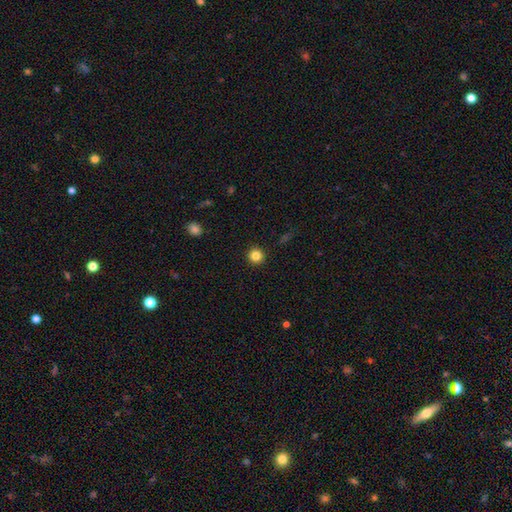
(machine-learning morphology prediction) Smooth or featured: smooth — 84% (star or artifact — 11%)
How rounded: round — 95% (in between — 4%)
Merging: none — 93% (minor disturbance — 4%)